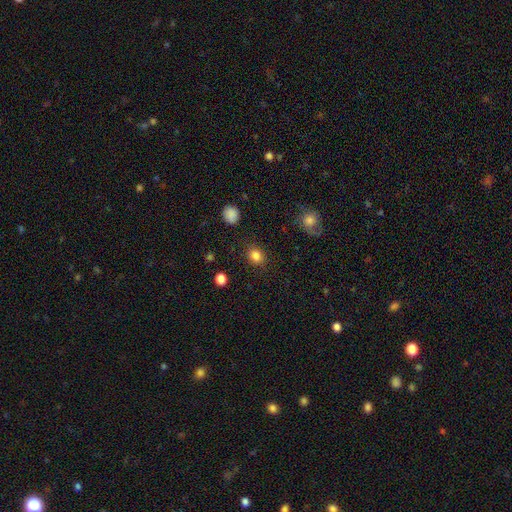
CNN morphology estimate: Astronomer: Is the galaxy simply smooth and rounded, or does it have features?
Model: smooth — 85%.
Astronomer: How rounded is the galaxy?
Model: round — 62%.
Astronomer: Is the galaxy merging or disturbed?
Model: none — 87%.